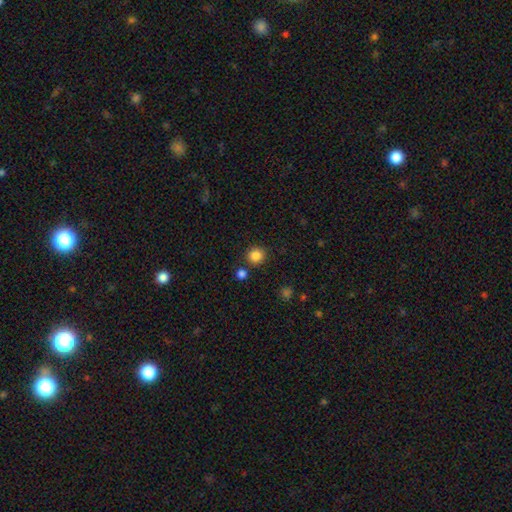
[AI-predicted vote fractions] This is clearly a smooth galaxy (85%). How rounded: clearly round (89%). Merging: clearly none (84%).